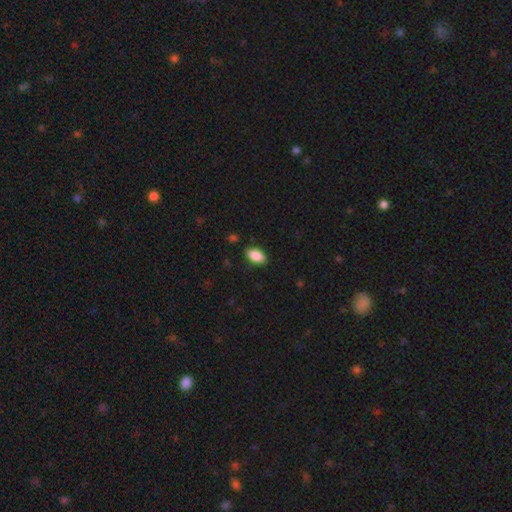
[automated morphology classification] Smooth or featured? smooth (89%)
How rounded? in between (93%)
Merging? none (86%)